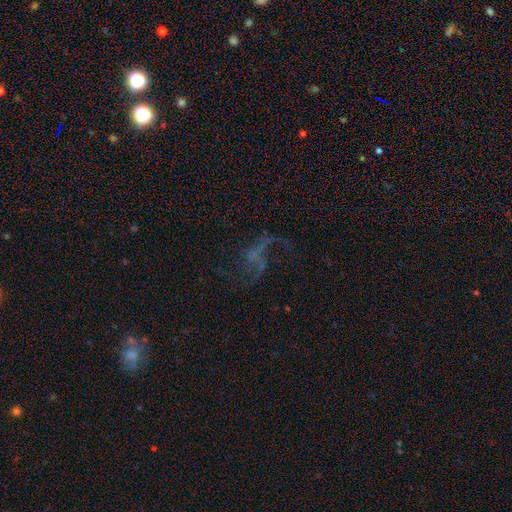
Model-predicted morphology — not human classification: A featured or disk galaxy (57%) with no bar (72%), spiral arms (52%) and no central bulge (74%).

Vote fractions:
- Smooth or featured? featured or disk: 57% / star or artifact: 26% / smooth: 18%
- Edge-on disk? no: 96% / yes: 4%
- Bar? no: 72% / weak: 20% / strong: 8%
- Spiral arms? yes: 52% / no: 48%
- Bulge size? none: 74% / small: 17% / moderate: 6% / large: 2% / dominant: 1%
- Merging? none: 42% / major disturbance: 39% / minor disturbance: 13% / merger: 6%